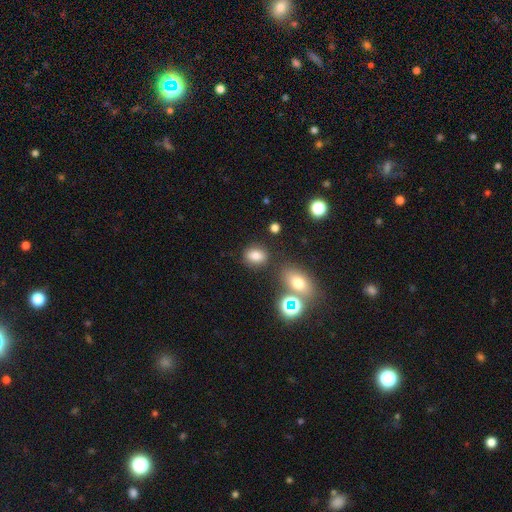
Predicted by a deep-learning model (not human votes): Smooth or featured: smooth — 77% (star or artifact — 15%)
How rounded: in between — 64% (round — 34%)
Merging: none — 79% (minor disturbance — 11%)